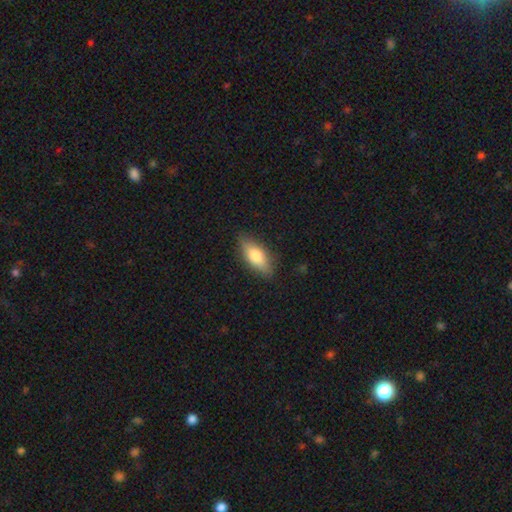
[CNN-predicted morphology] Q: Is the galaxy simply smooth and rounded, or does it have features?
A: smooth — 72%.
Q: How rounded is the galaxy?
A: in between — 73%.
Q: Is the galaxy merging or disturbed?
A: none — 84%.